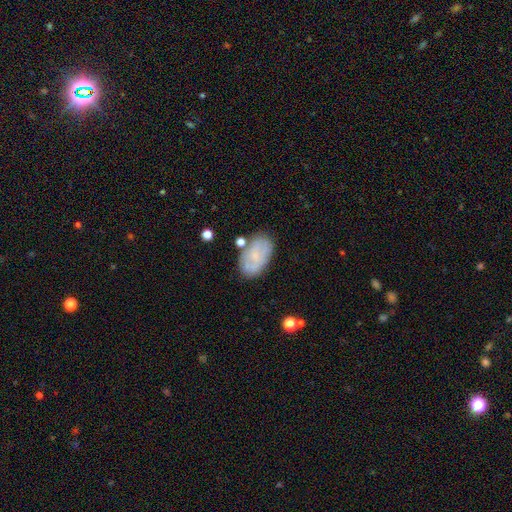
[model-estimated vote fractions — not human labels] This appears to be a smooth galaxy with no disk features (52%) that is in between round and cigar-shaped (92%). Merging: none (67%).